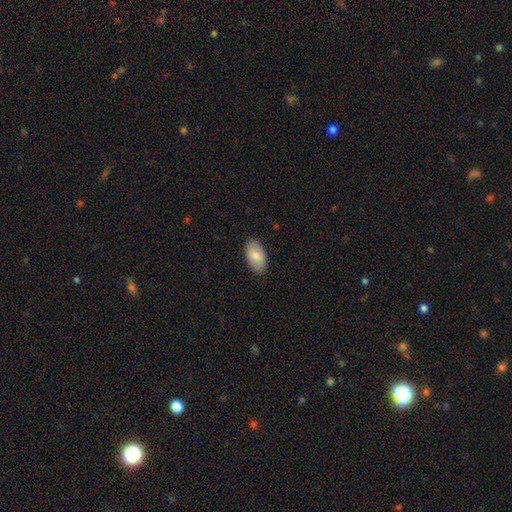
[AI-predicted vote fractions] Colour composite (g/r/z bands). It shows a smooth galaxy with no disk features (82%) that is in between round and cigar-shaped (95%). Merging: none (87%).